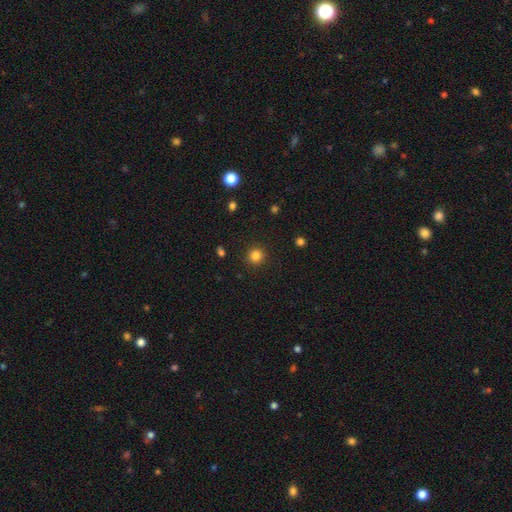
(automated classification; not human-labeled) smooth_or_featured: smooth (p=0.83) [alt: star or artifact p=0.13]
how_rounded: round (p=0.94) [alt: in between p=0.05]
merging: none (p=0.92) [alt: minor disturbance p=0.05]